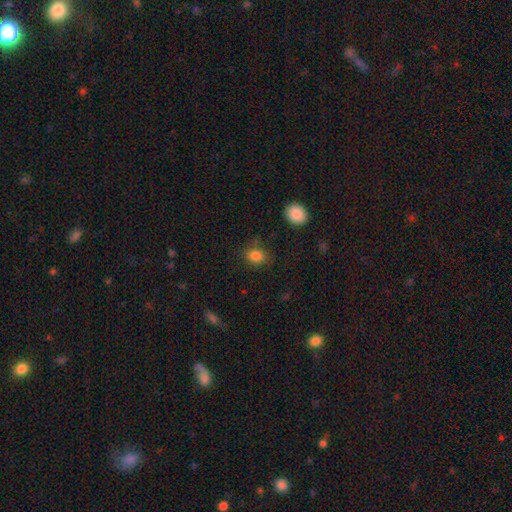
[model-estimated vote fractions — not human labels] Q: Smooth or featured?
A: smooth (84%); runner-up: star or artifact (12%)
Q: How rounded?
A: in between (50%); runner-up: round (49%)
Q: Merging?
A: none (74%); runner-up: minor disturbance (18%)